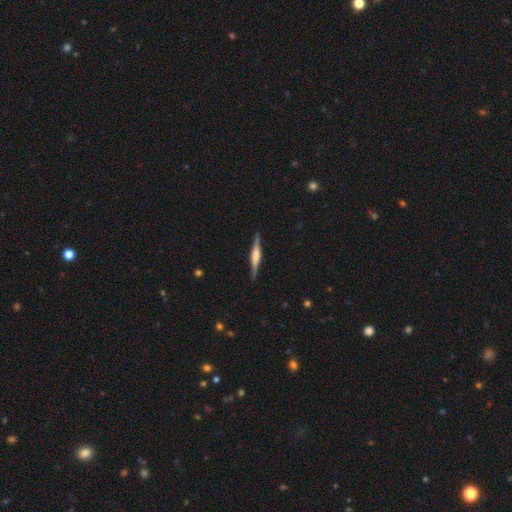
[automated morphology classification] This appears to be a featured or disk galaxy (71%) viewed edge-on (98%) with a rounded central bulge (52%). Merging: none (90%).